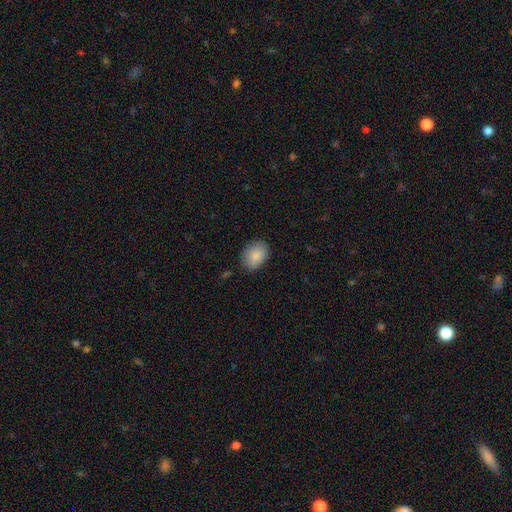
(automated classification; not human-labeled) Smooth or featured?
  - smooth: 87% *
  - star or artifact: 7%
  - featured or disk: 6%
How rounded?
  - in between: 75% *
  - round: 24%
  - cigar-shaped: 1%
Merging?
  - none: 83% *
  - minor disturbance: 13%
  - major disturbance: 3%
  - merger: 1%